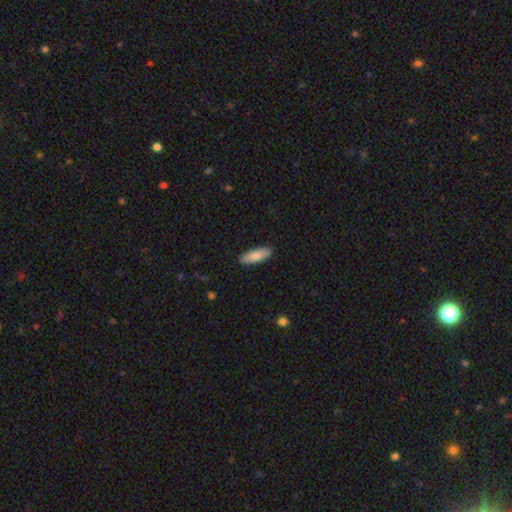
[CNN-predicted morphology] Smooth or featured? Predicted: smooth (p=0.83). How rounded? Predicted: in between (p=0.63). Merging? Predicted: none (p=0.89).